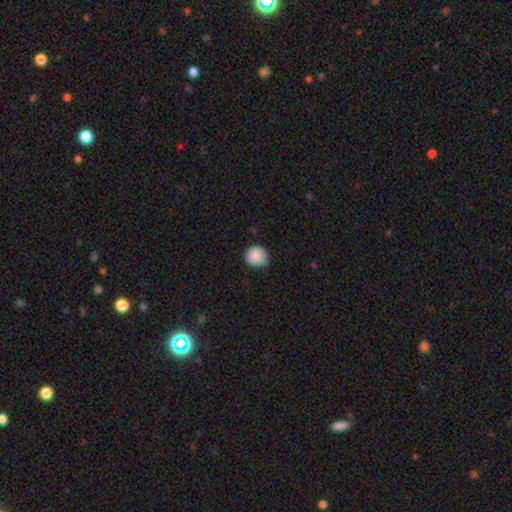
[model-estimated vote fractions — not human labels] smooth-or-featured: smooth: 88% | star or artifact: 8% | featured or disk: 5%
  how-rounded: round: 90% | in between: 9% | cigar-shaped: 1%
  merging: none: 78% | minor disturbance: 18% | major disturbance: 3% | merger: 1%